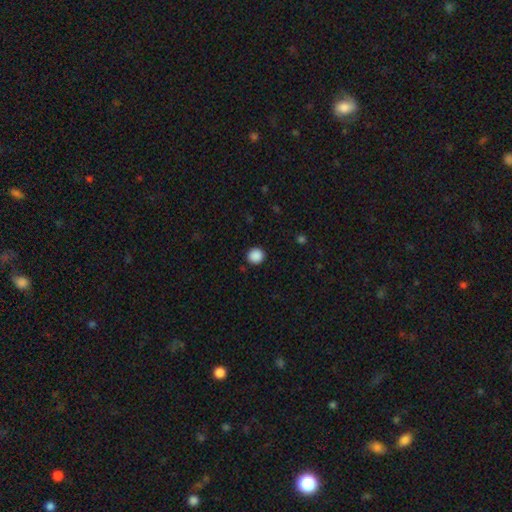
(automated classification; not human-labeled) A smooth galaxy with no disk features (88%) that is round (92%). Merging: none (91%).